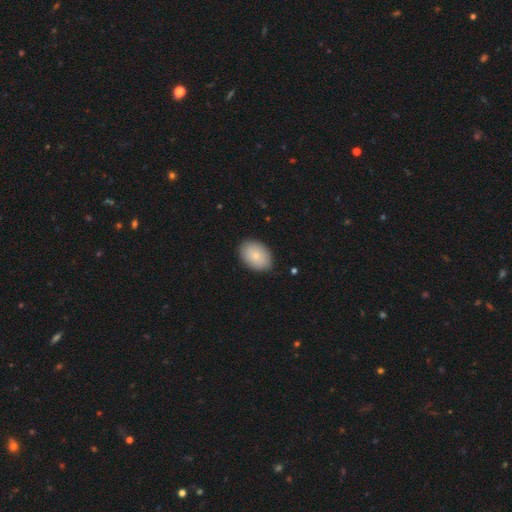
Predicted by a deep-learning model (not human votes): This is clearly a smooth galaxy (82%). How rounded: clearly in between (82%). Merging: clearly none (87%).